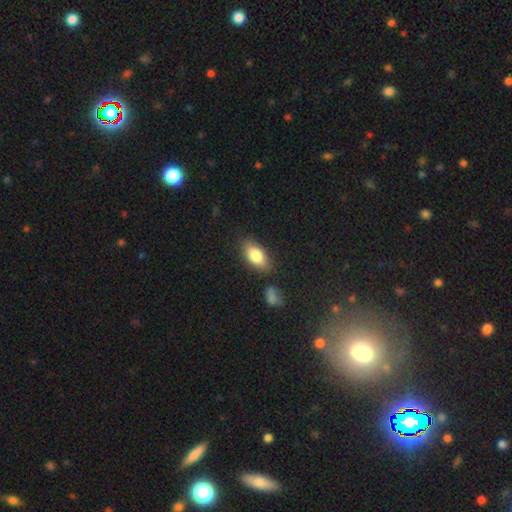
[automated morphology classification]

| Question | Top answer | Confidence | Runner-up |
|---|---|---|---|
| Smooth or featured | smooth | 80% | featured or disk (13%) |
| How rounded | in between | 88% | cigar-shaped (8%) |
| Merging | none | 78% | minor disturbance (13%) |